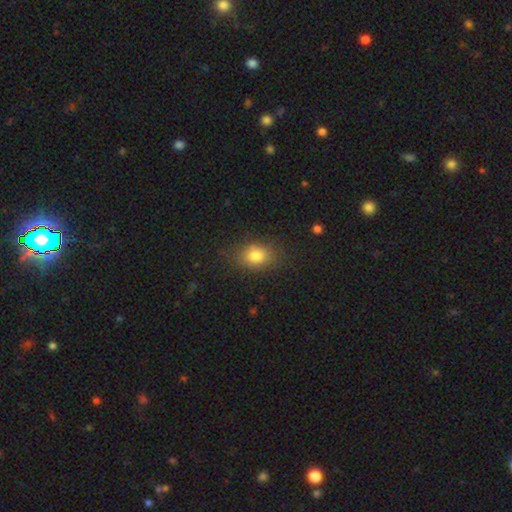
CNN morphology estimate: Smooth or featured? Predicted: smooth (p=0.81). How rounded? Predicted: in between (p=0.68). Merging? Predicted: none (p=0.78).